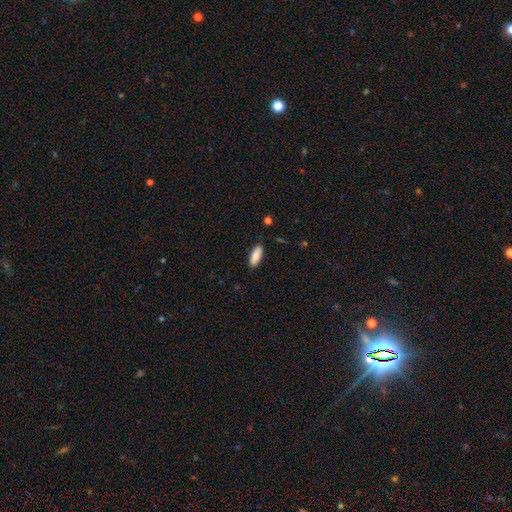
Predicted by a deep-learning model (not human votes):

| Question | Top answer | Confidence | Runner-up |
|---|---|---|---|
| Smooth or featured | smooth | 88% | star or artifact (6%) |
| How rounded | in between | 69% | cigar-shaped (29%) |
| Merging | none | 87% | minor disturbance (10%) |